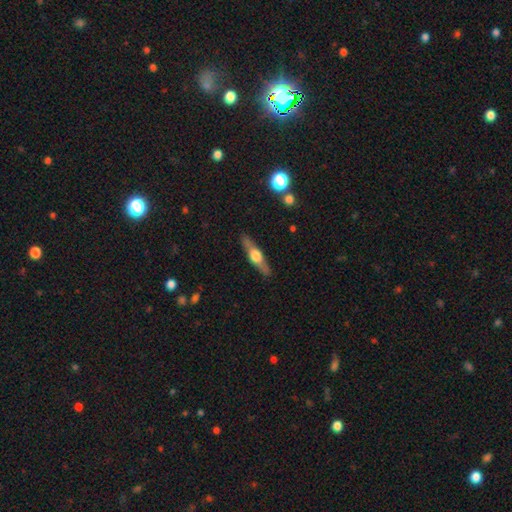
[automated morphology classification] featured or disk 66%, smooth 29%, star or artifact 6%. Down the decision tree: edge-on disk — yes (95%); edge-on bulge — rounded (94%); merging — none (89%).